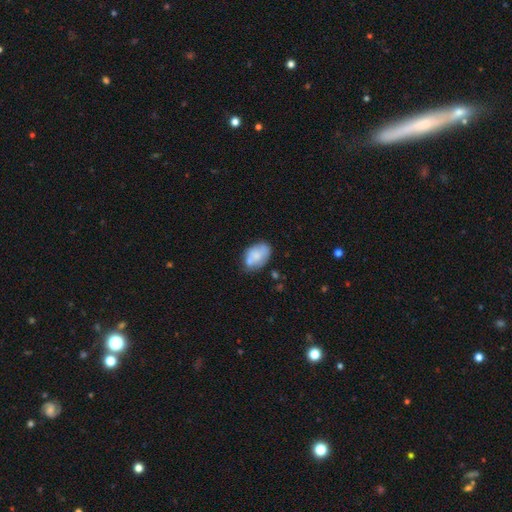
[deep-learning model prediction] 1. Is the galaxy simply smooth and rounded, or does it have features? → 69% smooth, 23% featured or disk, 7% star or artifact.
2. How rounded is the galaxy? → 87% in between, 12% round, 1% cigar-shaped.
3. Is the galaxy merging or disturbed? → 48% none, 27% minor disturbance, 17% merger, 8% major disturbance.